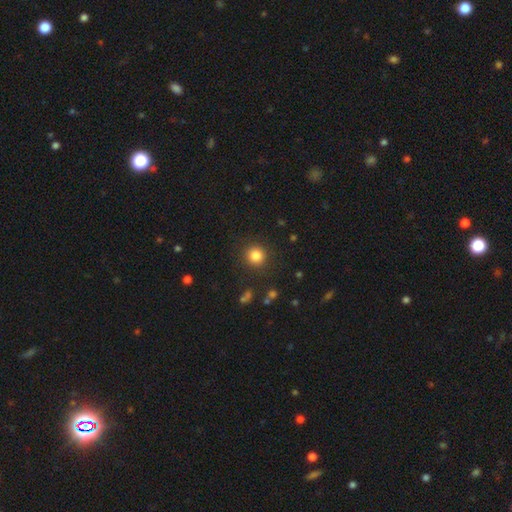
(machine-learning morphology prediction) The model was most divided on "smooth or featured": smooth: 83%, star or artifact: 12%, featured or disk: 5%. More confident: how rounded — round (93%); merging — none (90%).